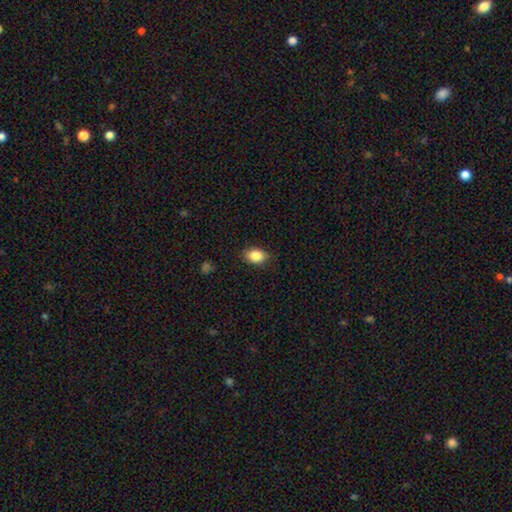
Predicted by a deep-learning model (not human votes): Smooth or featured: smooth — 85% (star or artifact — 8%)
How rounded: in between — 78% (round — 20%)
Merging: none — 85% (minor disturbance — 12%)